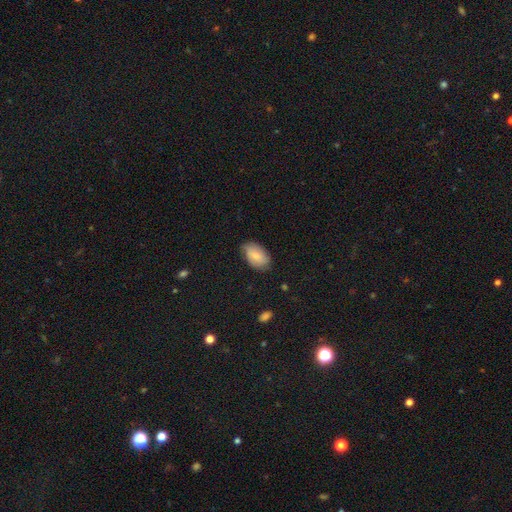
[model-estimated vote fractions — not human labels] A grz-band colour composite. It shows a smooth galaxy with no disk features (78%) that is in between round and cigar-shaped (93%). Merging: none (72%).